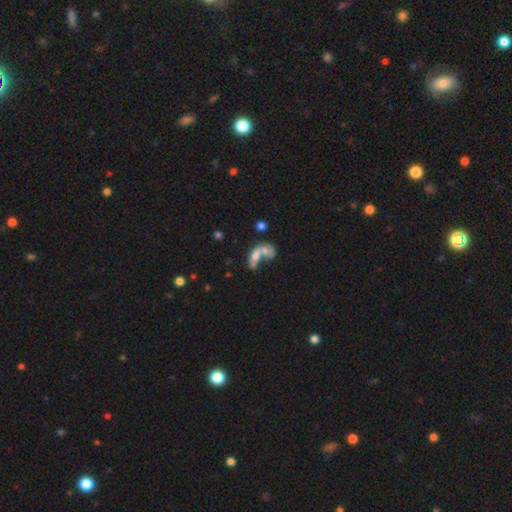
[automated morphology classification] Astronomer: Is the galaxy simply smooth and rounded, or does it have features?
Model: smooth — 54% (runner-up: featured or disk, 35%).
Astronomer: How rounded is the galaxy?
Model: in between — 77%.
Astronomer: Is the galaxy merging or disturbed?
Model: merger — 70%.